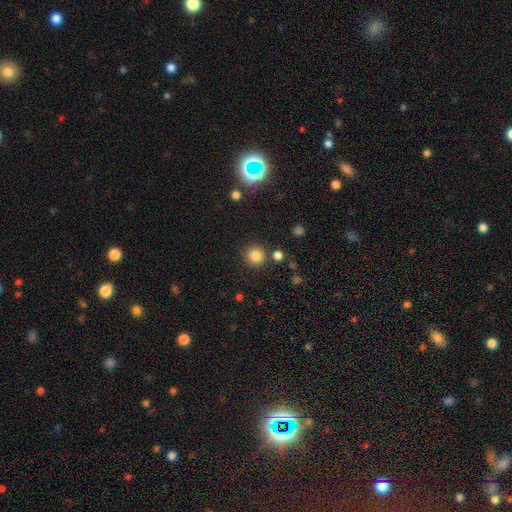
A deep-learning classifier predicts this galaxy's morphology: smooth 83%, star or artifact 13%, featured or disk 4%. Down the decision tree: how rounded — round (93%); merging — none (85%).